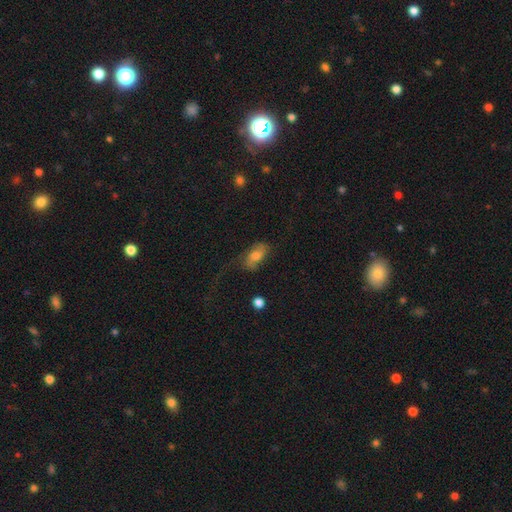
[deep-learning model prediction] Overall: smooth (60%; featured or disk 30%). How rounded: in between (87%). Merging: none (45%; major disturbance 27%).